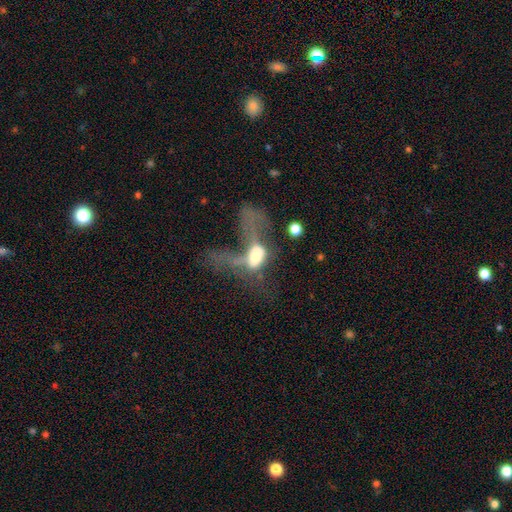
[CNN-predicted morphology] A smooth galaxy with no disk features (45%). Merging: major disturbance (56%).